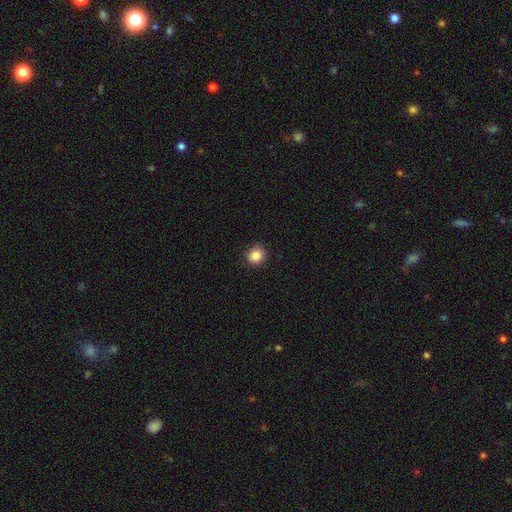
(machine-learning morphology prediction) Smooth or featured? smooth (86%)
How rounded? round (88%)
Merging? none (89%)